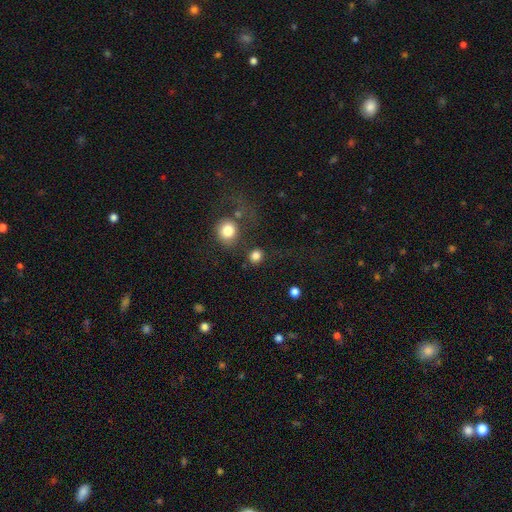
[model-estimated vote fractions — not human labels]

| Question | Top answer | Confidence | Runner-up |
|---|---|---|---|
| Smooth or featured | smooth | 84% | star or artifact (11%) |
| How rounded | round | 78% | in between (21%) |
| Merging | none | 75% | minor disturbance (10%) |